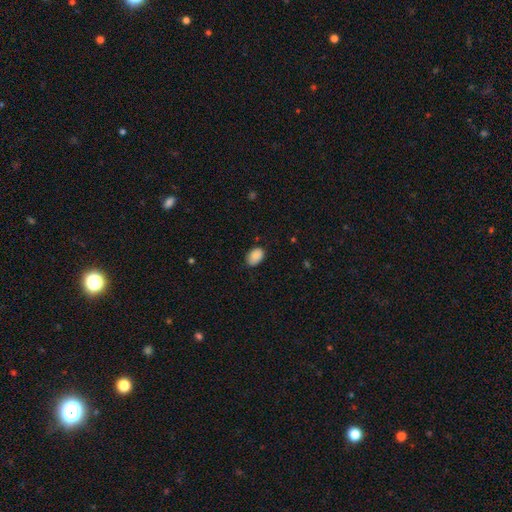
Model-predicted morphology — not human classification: smooth_or_featured: smooth (p=0.89) [alt: star or artifact p=0.08]
how_rounded: in between (p=0.85) [alt: round p=0.14]
merging: none (p=0.78) [alt: minor disturbance p=0.18]